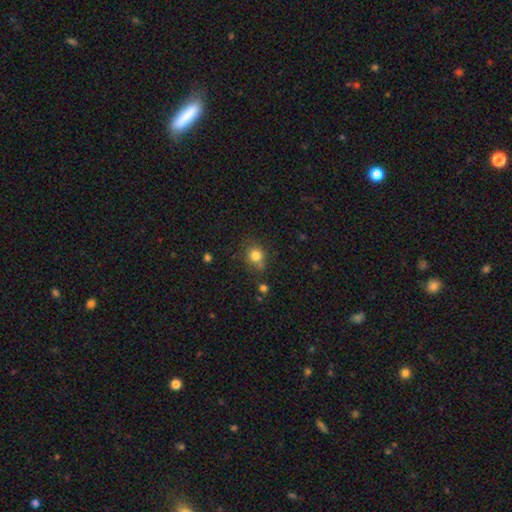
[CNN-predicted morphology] Overall: smooth (80%). How rounded: round (87%). Merging: none (73%).